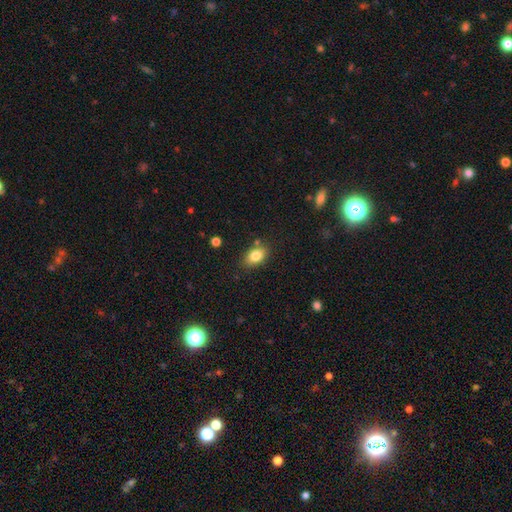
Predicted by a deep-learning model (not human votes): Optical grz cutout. It shows a smooth galaxy with no disk features (82%) that is in between round and cigar-shaped (85%). Merging: none (79%).